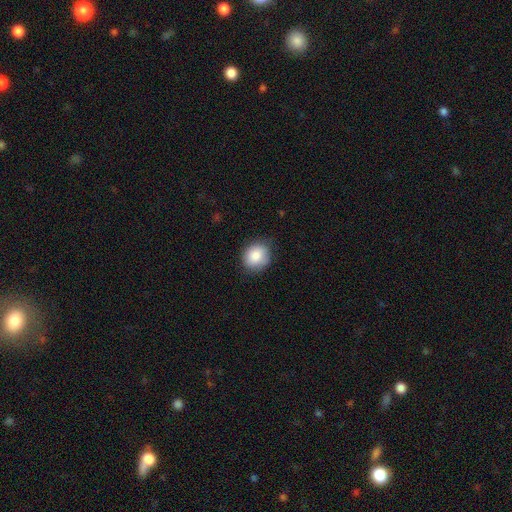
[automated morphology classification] Smooth or featured? smooth (86%)
How rounded? round (66%)
Merging? none (78%)